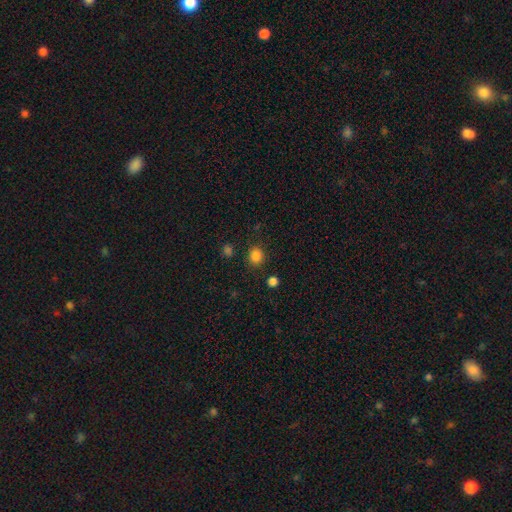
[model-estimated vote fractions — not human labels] Morphology: type=smooth (84%); roundness=round (77%); merging=none (85%).